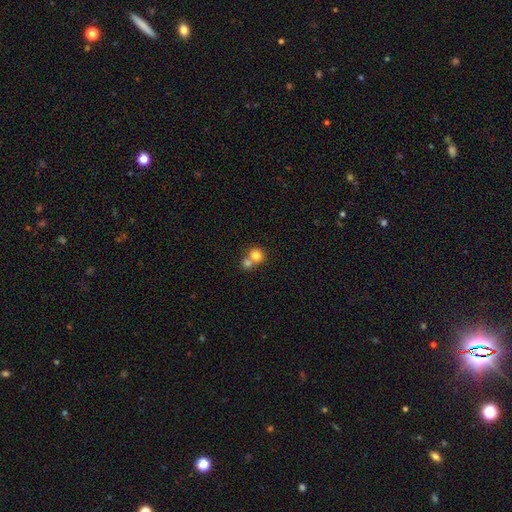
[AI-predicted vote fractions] smooth-or-featured: smooth: 79% | featured or disk: 10% | star or artifact: 10%
  how-rounded: round: 85% | in between: 14% | cigar-shaped: 1%
  merging: merger: 53% | none: 39% | minor disturbance: 5% | major disturbance: 2%